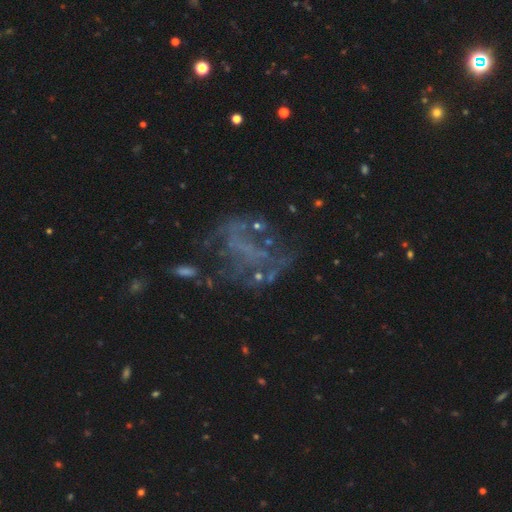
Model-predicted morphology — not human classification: The model was most divided on "merging": none: 41%, major disturbance: 35%, minor disturbance: 17%, merger: 7%. More confident: edge-on disk — no (97%); bulge size — none (79%); bar — no (72%); spiral arms — no (66%); smooth or featured — featured or disk (59%).